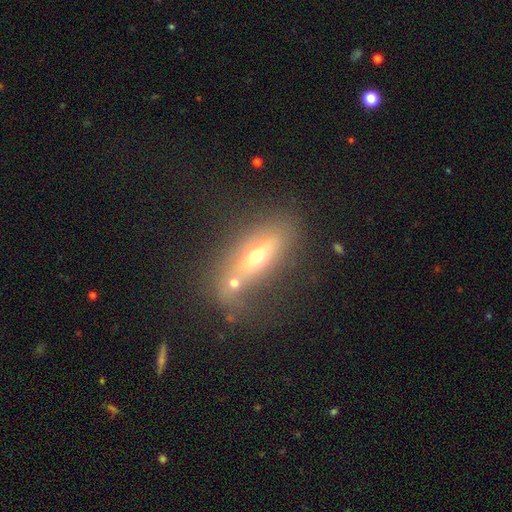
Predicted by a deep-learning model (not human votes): Smooth or featured? smooth (49%)
Merging? none (50%)